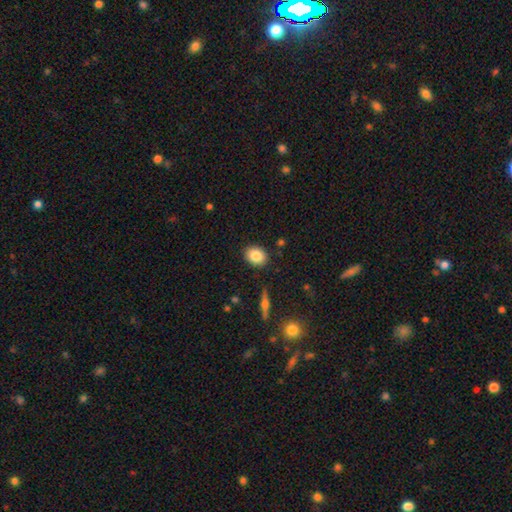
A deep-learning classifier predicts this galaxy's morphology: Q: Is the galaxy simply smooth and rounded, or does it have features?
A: smooth — 84%.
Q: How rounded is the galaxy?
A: in between — 58%.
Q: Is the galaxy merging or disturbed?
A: none — 88%.